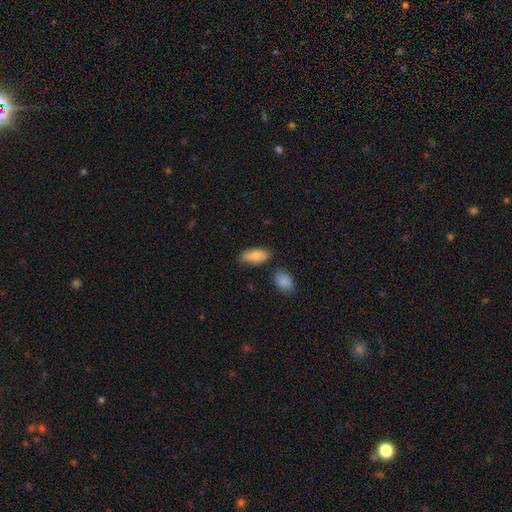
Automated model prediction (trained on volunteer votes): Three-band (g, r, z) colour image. It shows a smooth galaxy with no disk features (77%) that is in between round and cigar-shaped (90%). Merging: none (73%).